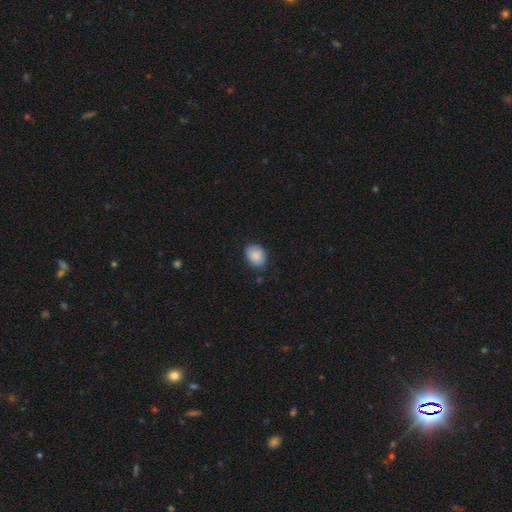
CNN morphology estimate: smooth-or-featured: smooth: 87% | star or artifact: 7% | featured or disk: 6%
  how-rounded: in between: 69% | round: 30% | cigar-shaped: 1%
  merging: none: 76% | minor disturbance: 19% | major disturbance: 3% | merger: 2%